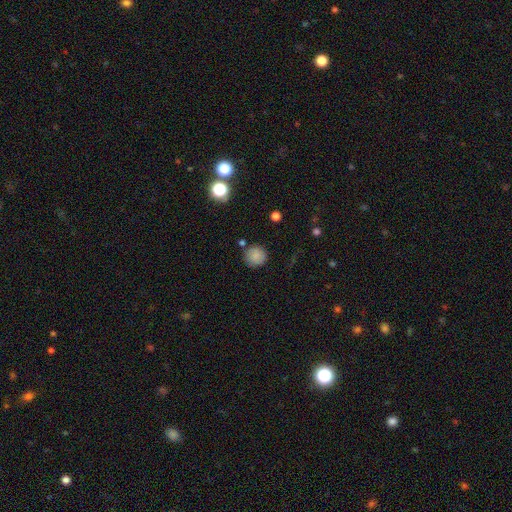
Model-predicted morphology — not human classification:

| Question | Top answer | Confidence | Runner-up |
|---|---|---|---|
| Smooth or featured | smooth | 84% | star or artifact (10%) |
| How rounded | round | 93% | in between (6%) |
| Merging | none | 84% | minor disturbance (10%) |